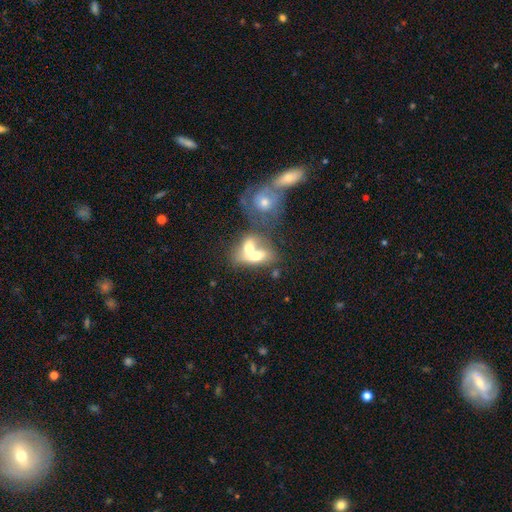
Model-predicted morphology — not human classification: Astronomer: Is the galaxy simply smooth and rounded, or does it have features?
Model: smooth — 59%.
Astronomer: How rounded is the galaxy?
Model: in between — 74%.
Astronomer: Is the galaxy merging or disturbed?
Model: merger — 72%.